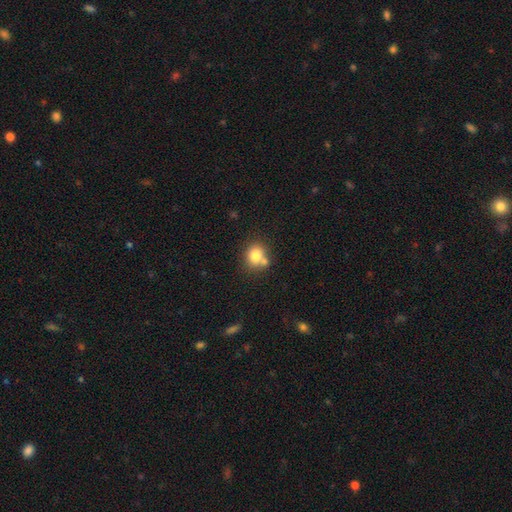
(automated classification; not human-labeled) Overall: smooth (79%). How rounded: round (75%). Merging: none (57%; merger 27%).